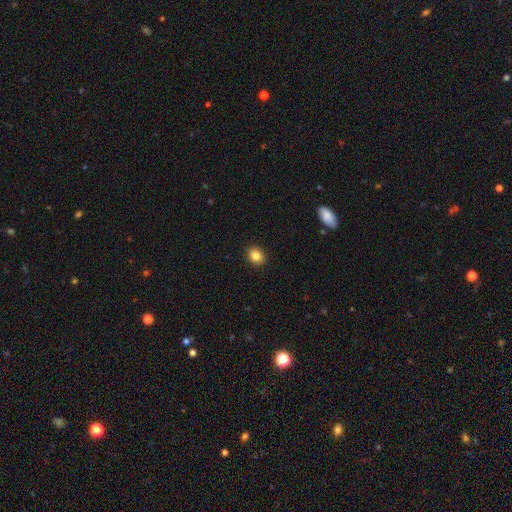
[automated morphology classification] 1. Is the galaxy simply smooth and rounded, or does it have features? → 84% smooth, 10% star or artifact, 5% featured or disk.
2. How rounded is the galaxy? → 66% round, 33% in between, 1% cigar-shaped.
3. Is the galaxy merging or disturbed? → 91% none, 6% minor disturbance, 2% major disturbance, 1% merger.